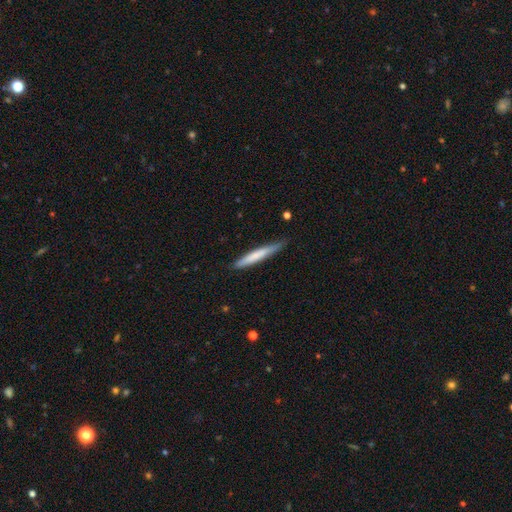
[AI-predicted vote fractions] This appears to be a smooth galaxy with no disk features (66%) that is cigar-shaped (95%). Merging: none (79%).